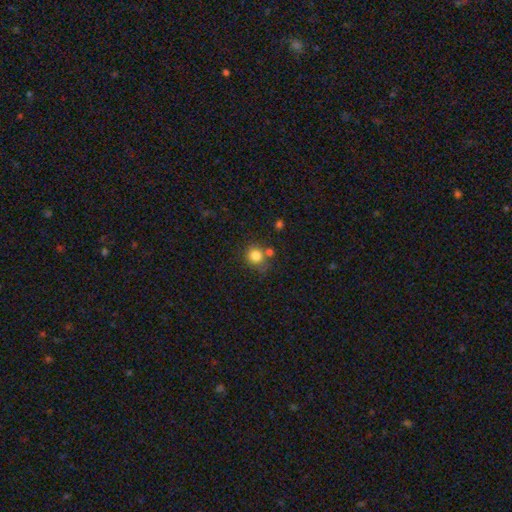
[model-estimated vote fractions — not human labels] smooth 83%, star or artifact 11%, featured or disk 6%. Down the decision tree: how rounded — round (87%); merging — none (64%).